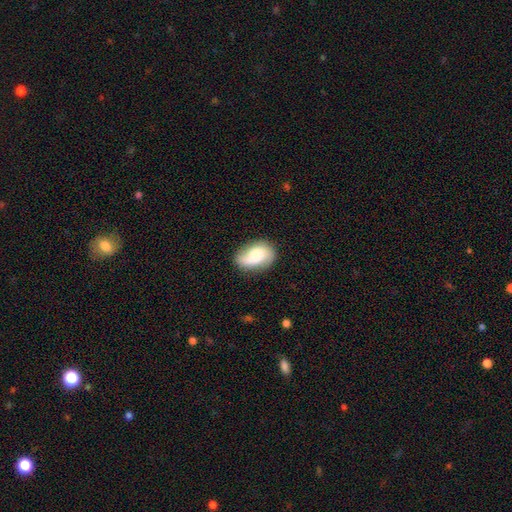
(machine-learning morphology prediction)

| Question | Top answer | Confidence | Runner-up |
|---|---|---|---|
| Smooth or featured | smooth | 50% | featured or disk (42%) |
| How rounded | in between | 83% | round (15%) |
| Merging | none | 71% | minor disturbance (21%) |